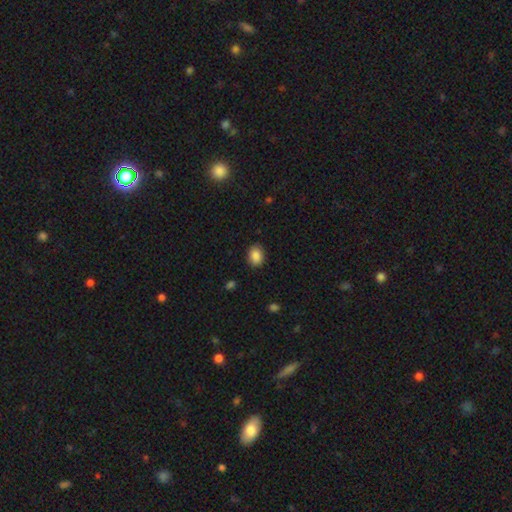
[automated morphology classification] The model was most divided on "how rounded": in between: 65%, round: 35%, cigar-shaped: 1%. More confident: merging — none (88%); smooth or featured — smooth (88%).